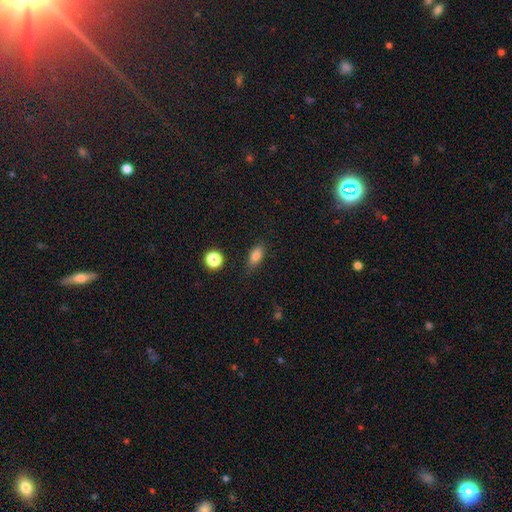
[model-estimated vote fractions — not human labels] Smooth or featured?
  - smooth: 82% *
  - star or artifact: 10%
  - featured or disk: 8%
How rounded?
  - in between: 81% *
  - cigar-shaped: 11%
  - round: 8%
Merging?
  - none: 83% *
  - minor disturbance: 12%
  - major disturbance: 3%
  - merger: 2%